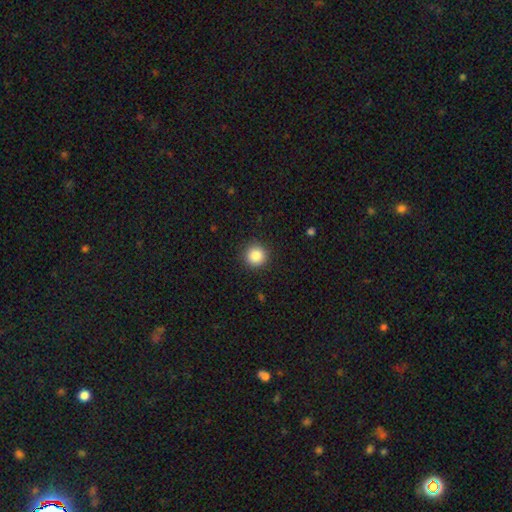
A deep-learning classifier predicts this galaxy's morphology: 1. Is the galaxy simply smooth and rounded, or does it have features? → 87% smooth, 9% star or artifact, 3% featured or disk.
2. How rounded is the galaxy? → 94% round, 5% in between, 1% cigar-shaped.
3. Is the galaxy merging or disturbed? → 91% none, 6% minor disturbance, 2% major disturbance, 1% merger.